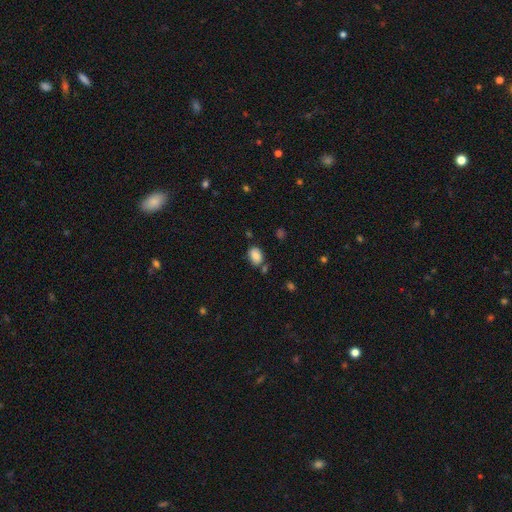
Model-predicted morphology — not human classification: A smooth galaxy with no disk features (84%) that is in between round and cigar-shaped (77%). Merging: none (68%).